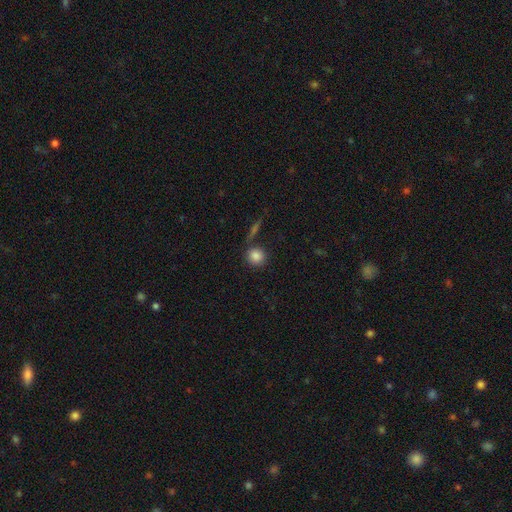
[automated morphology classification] The model was most divided on "merging": none: 77%, merger: 10%, minor disturbance: 10%, major disturbance: 4%. More confident: how rounded — round (89%); smooth or featured — smooth (85%).